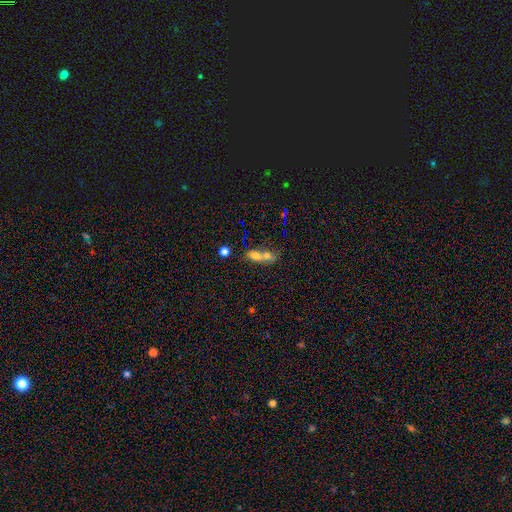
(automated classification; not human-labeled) Overall: smooth (67%). How rounded: in between (63%; round 25%). Merging: merger (69%).